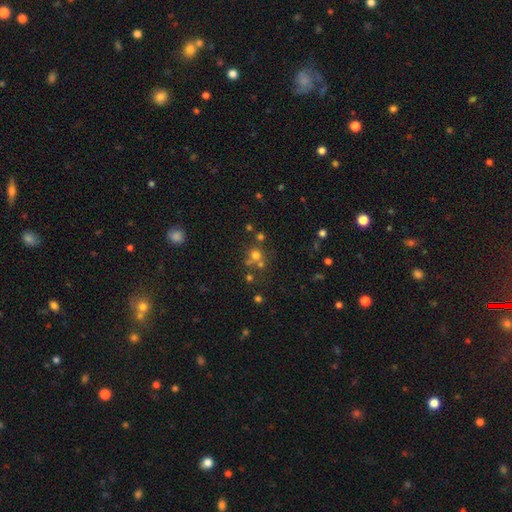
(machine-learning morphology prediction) A smooth galaxy with no disk features (62%) that is round (88%). Merging: none (59%).